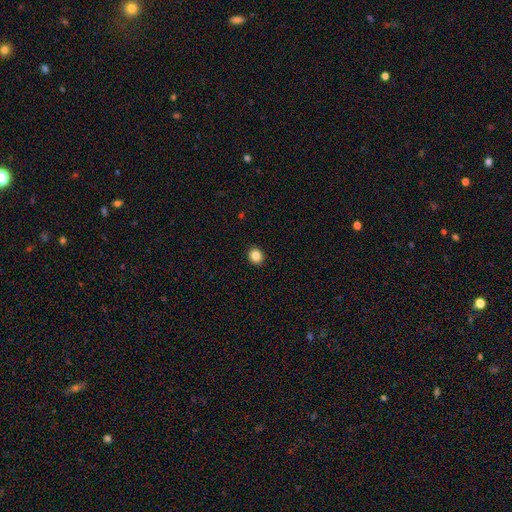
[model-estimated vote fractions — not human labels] A smooth galaxy with no disk features (85%) that is round (79%). Merging: none (93%).